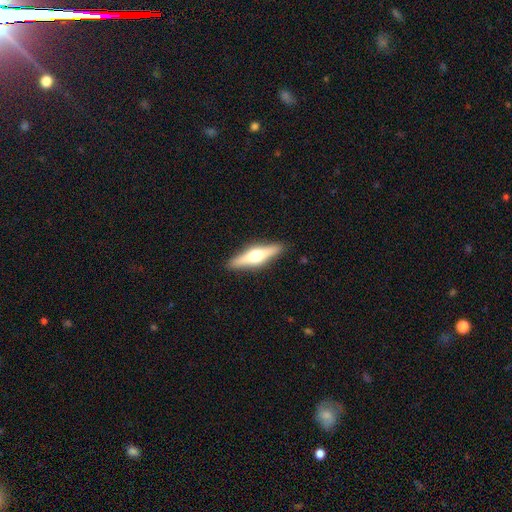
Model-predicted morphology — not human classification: featured or disk 60%, smooth 34%, star or artifact 6%. Down the decision tree: edge-on disk — yes (96%); edge-on bulge — rounded (95%); merging — none (90%).